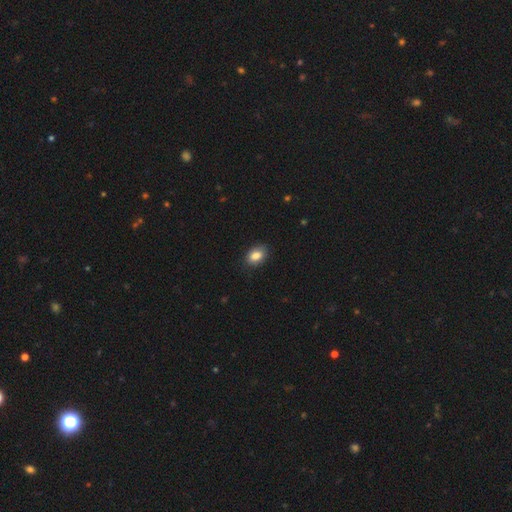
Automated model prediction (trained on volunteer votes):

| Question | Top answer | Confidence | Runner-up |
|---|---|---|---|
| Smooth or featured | smooth | 85% | star or artifact (8%) |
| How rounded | in between | 85% | round (13%) |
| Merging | none | 86% | minor disturbance (11%) |